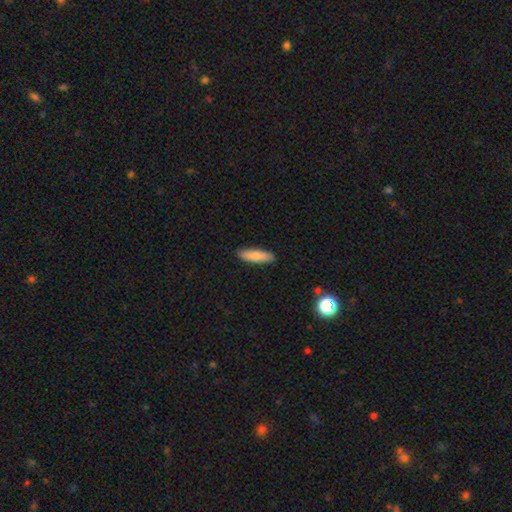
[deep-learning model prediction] Smooth or featured? smooth (82%)
How rounded? cigar-shaped (61%)
Merging? none (90%)